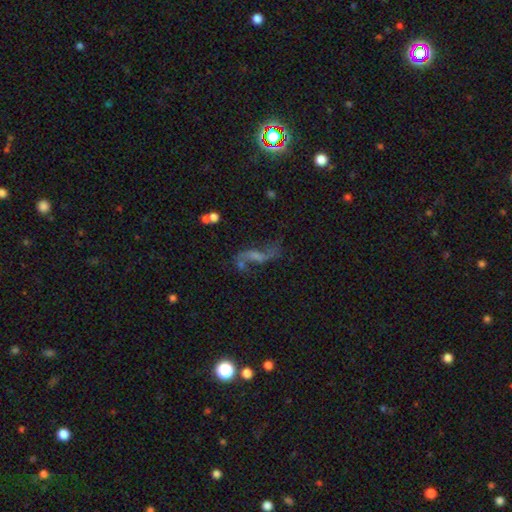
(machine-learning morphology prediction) Q: Smooth or featured?
A: featured or disk (66%); runner-up: star or artifact (19%)
Q: Edge-on disk?
A: no (89%); runner-up: yes (11%)
Q: Bar?
A: no (43%); runner-up: weak (38%)
Q: Spiral arms?
A: yes (84%); runner-up: no (16%)
Q: Bulge size?
A: none (47%); runner-up: small (31%)
Q: Merging?
A: none (55%); runner-up: minor disturbance (18%)